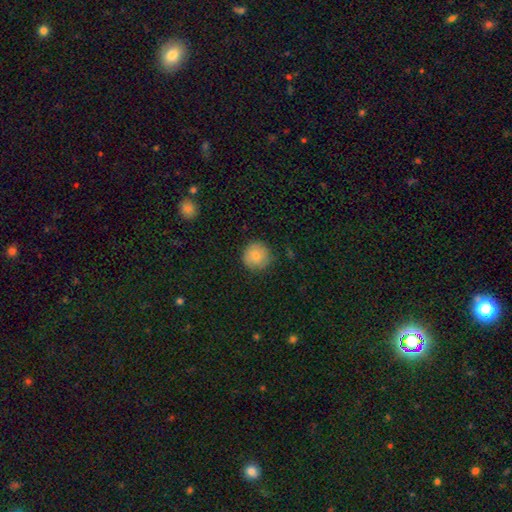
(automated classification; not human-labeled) This appears to be a smooth galaxy with no disk features (81%) that is round (94%). Merging: none (80%).